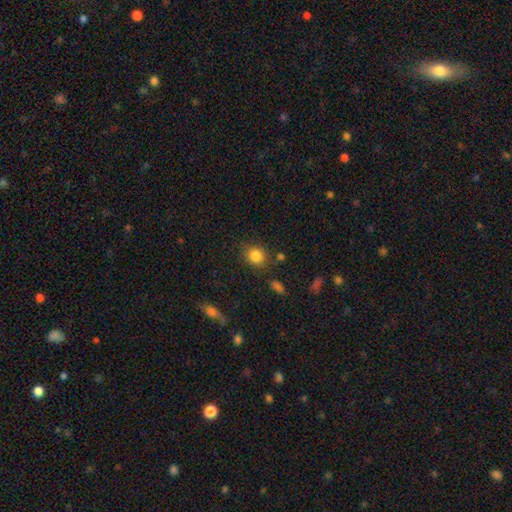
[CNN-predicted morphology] Smooth or featured: smooth — 84% (star or artifact — 10%)
How rounded: round — 81% (in between — 18%)
Merging: none — 81% (minor disturbance — 12%)